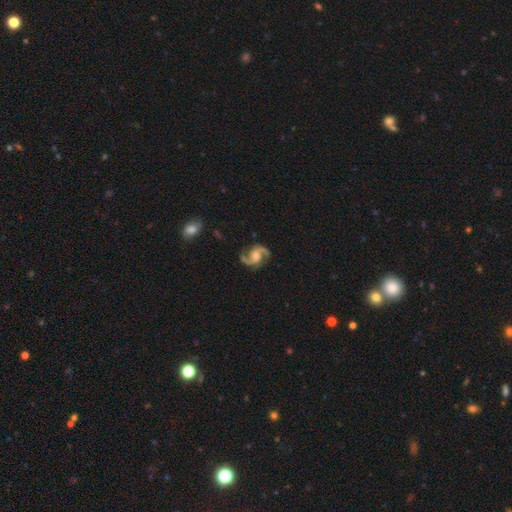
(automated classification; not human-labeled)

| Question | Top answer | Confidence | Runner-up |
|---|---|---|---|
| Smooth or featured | featured or disk | 93% | star or artifact (4%) |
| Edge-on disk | no | 98% | yes (2%) |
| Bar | no | 52% | weak (37%) |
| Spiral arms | yes | 98% | no (2%) |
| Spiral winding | medium | 61% | loose (25%) |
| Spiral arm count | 2 | 94% | 3 (2%) |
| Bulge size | moderate | 58% | small (30%) |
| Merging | none | 83% | minor disturbance (12%) |